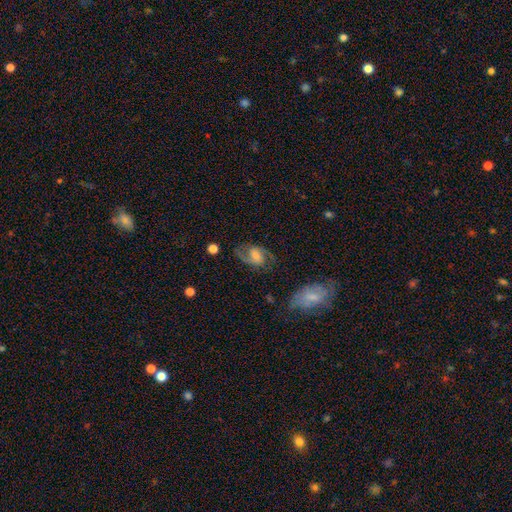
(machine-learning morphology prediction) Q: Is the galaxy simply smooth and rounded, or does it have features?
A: featured or disk — 73%.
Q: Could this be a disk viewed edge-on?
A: no — 97%.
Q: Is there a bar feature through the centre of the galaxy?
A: weak — 47%.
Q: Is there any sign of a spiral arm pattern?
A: yes — 92%.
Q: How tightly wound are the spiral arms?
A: medium — 53%.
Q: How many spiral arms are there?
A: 2 — 88%.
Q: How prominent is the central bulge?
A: moderate — 31%.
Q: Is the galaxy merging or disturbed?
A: none — 69%.